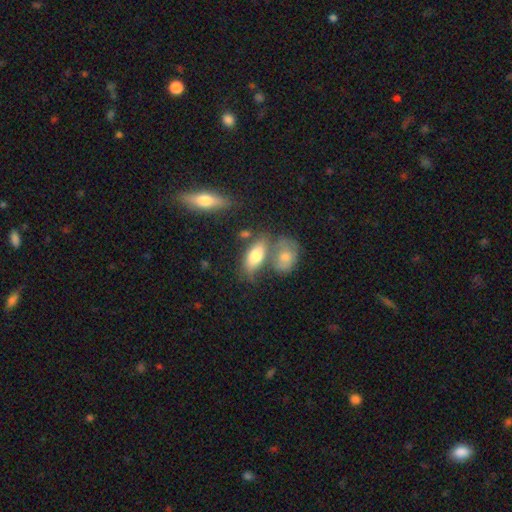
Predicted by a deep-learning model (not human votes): smooth-or-featured: smooth: 73% | featured or disk: 20% | star or artifact: 8%
  how-rounded: in between: 86% | cigar-shaped: 9% | round: 5%
  merging: none: 43% | merger: 35% | minor disturbance: 15% | major disturbance: 7%